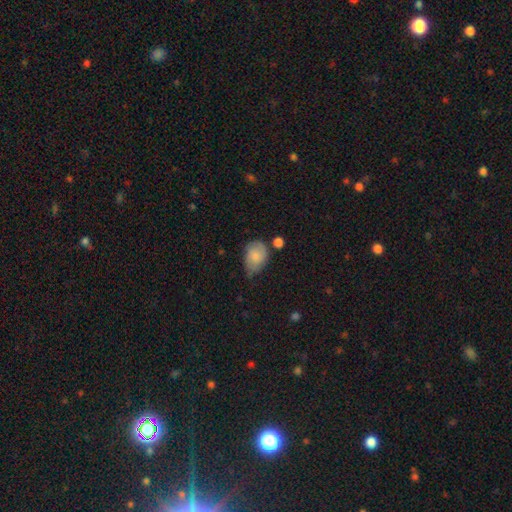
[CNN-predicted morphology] A smooth galaxy with no disk features (71%) that is in between round and cigar-shaped (71%). Merging: minor disturbance (42%).